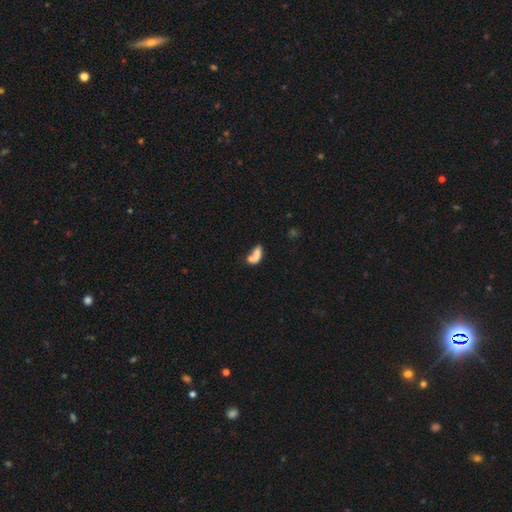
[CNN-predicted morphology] The model was most divided on "merging": merger: 56%, none: 23%, minor disturbance: 11%, major disturbance: 10%. More confident: how rounded — in between (78%); smooth or featured — smooth (70%).